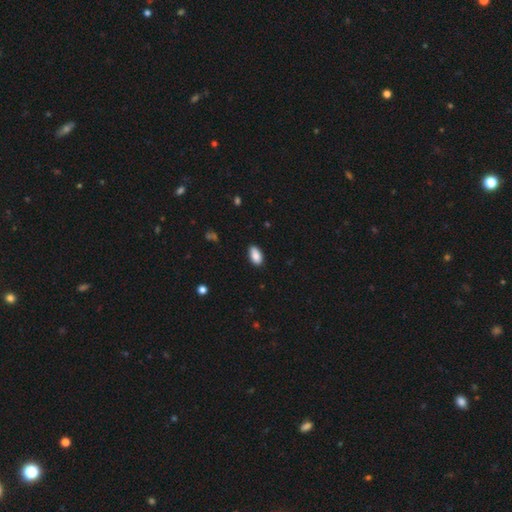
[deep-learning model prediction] A smooth galaxy with no disk features (87%) that is in between round and cigar-shaped (93%). Merging: none (86%).